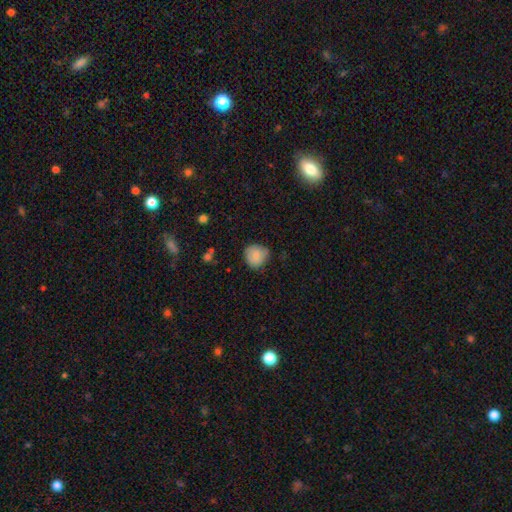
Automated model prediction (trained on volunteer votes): Smooth or featured?
  - smooth: 82% *
  - featured or disk: 10%
  - star or artifact: 8%
How rounded?
  - round: 84% *
  - in between: 15%
  - cigar-shaped: 1%
Merging?
  - none: 67% *
  - minor disturbance: 27%
  - major disturbance: 4%
  - merger: 1%